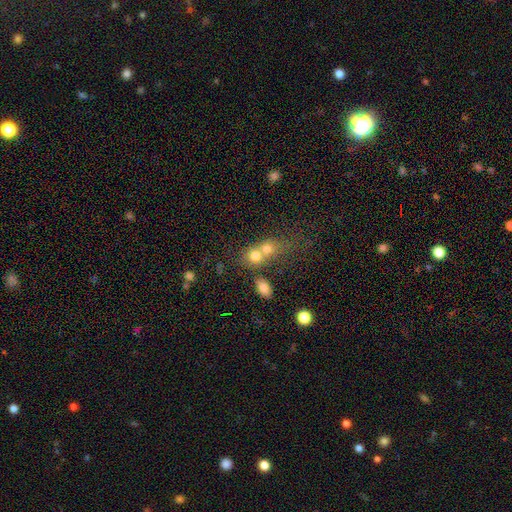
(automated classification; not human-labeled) smooth 73%, featured or disk 15%, star or artifact 13%. Down the decision tree: how rounded — round (66%); merging — merger (64%).